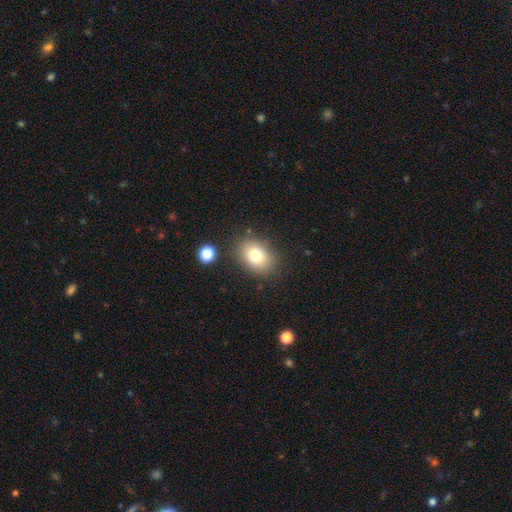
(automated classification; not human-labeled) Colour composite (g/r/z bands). It shows a smooth galaxy with no disk features (79%) that is in between round and cigar-shaped (69%). Merging: none (83%).